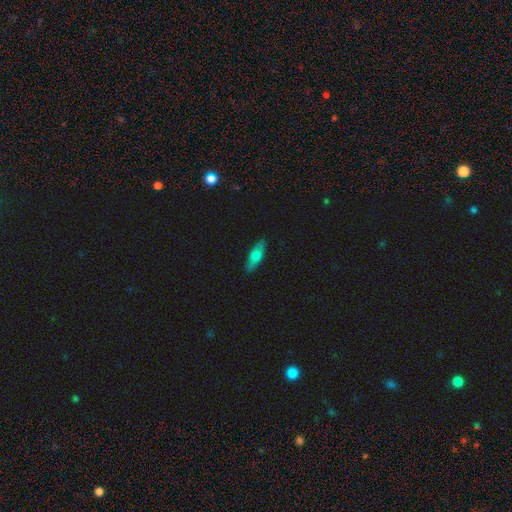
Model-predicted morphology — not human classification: The model was most divided on "how rounded": in between: 55%, cigar-shaped: 42%, round: 3%. More confident: merging — none (88%); smooth or featured — smooth (65%).